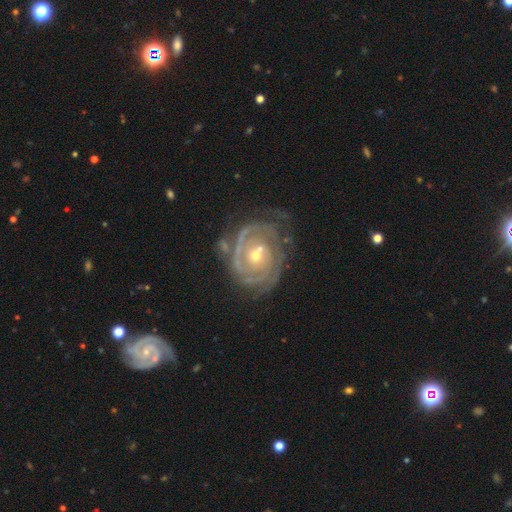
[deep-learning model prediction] featured or disk 89%, smooth 6%, star or artifact 5%. Down the decision tree: edge-on disk — no (97%); bar — no (71%); spiral arms — yes (95%); spiral arm count — 2 (32%); spiral winding — tight (77%); bulge size — small (56%); merging — none (56%).